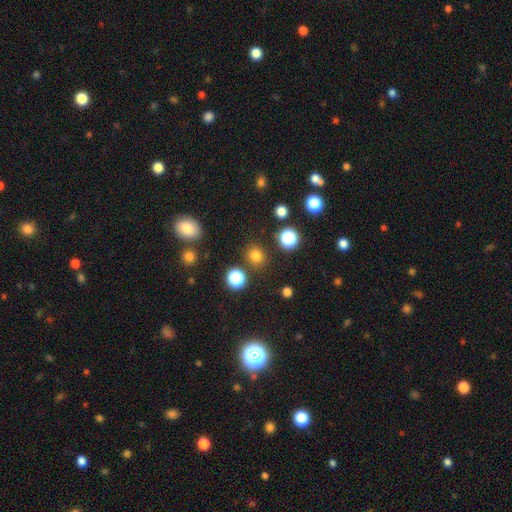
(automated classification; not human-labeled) smooth 77%, star or artifact 18%, featured or disk 5%. Down the decision tree: how rounded — round (81%); merging — none (86%).